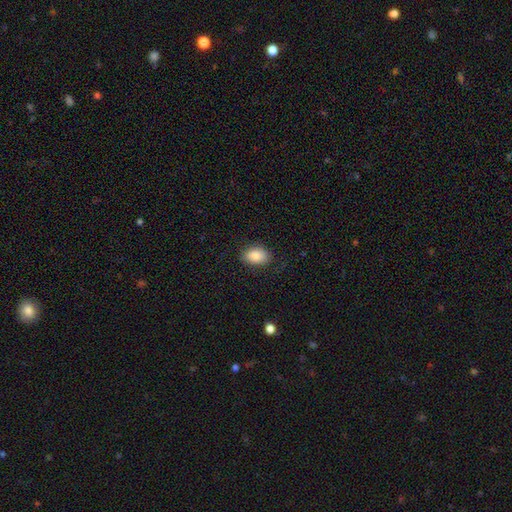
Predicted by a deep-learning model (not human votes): Smooth or featured? smooth (87%)
How rounded? in between (85%)
Merging? none (84%)